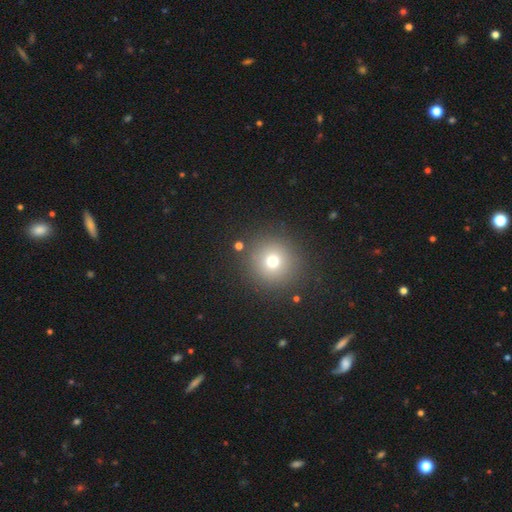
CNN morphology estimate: Smooth or featured?
  - smooth: 56% *
  - star or artifact: 36%
  - featured or disk: 8%
How rounded?
  - round: 95% *
  - in between: 4%
  - cigar-shaped: 1%
Merging?
  - none: 91% *
  - minor disturbance: 5%
  - major disturbance: 2%
  - merger: 2%